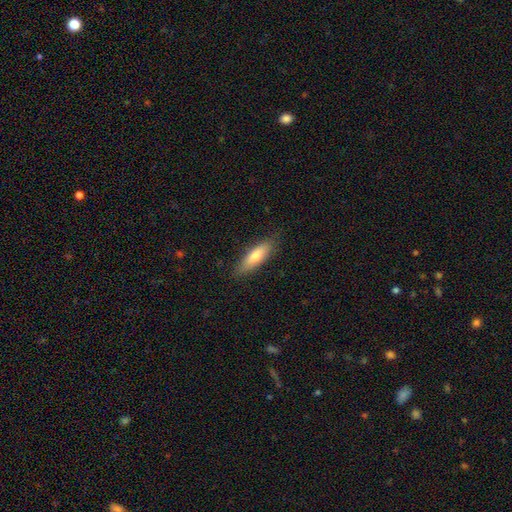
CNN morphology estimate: smooth 71%, featured or disk 23%, star or artifact 6%. Down the decision tree: how rounded — cigar-shaped (57%); merging — none (84%).